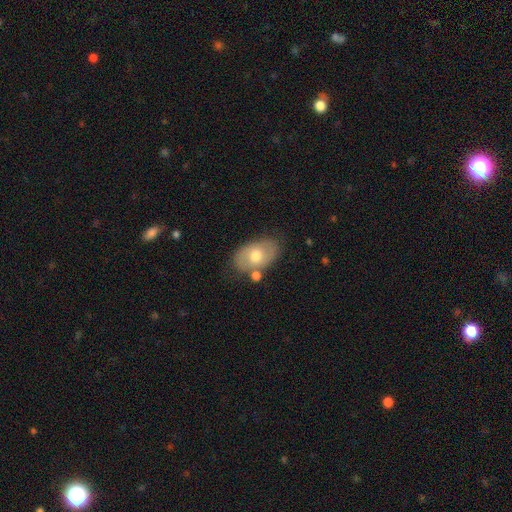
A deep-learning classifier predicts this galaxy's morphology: Q: Smooth or featured?
A: smooth (56%); runner-up: featured or disk (37%)
Q: How rounded?
A: in between (88%); runner-up: round (11%)
Q: Merging?
A: none (70%); runner-up: minor disturbance (16%)